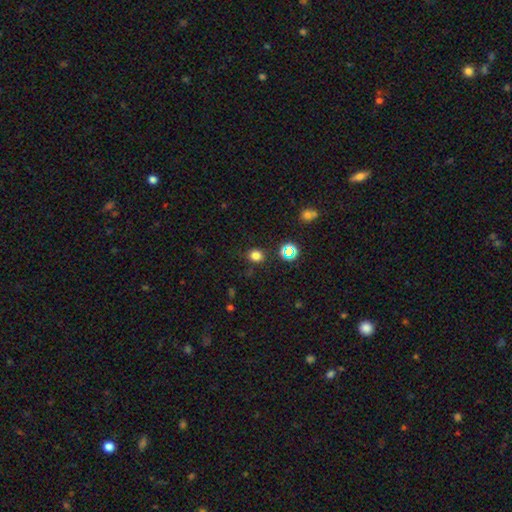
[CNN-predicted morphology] smooth_or_featured: smooth (p=0.75) [alt: star or artifact p=0.19]
how_rounded: round (p=0.77) [alt: in between p=0.22]
merging: none (p=0.83) [alt: minor disturbance p=0.11]